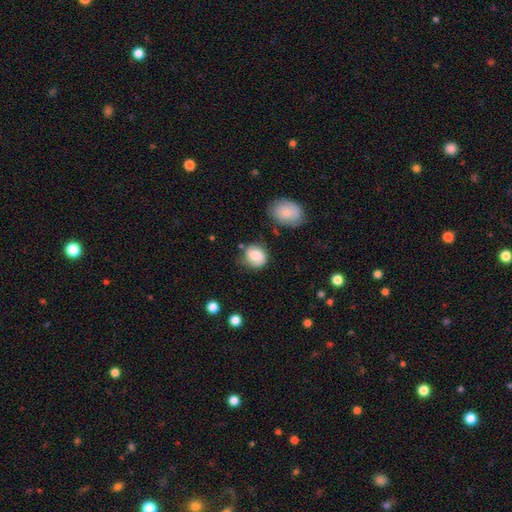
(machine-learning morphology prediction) smooth-or-featured: smooth: 73% | featured or disk: 19% | star or artifact: 8%
  how-rounded: round: 71% | in between: 28% | cigar-shaped: 1%
  merging: none: 61% | minor disturbance: 26% | major disturbance: 8% | merger: 4%